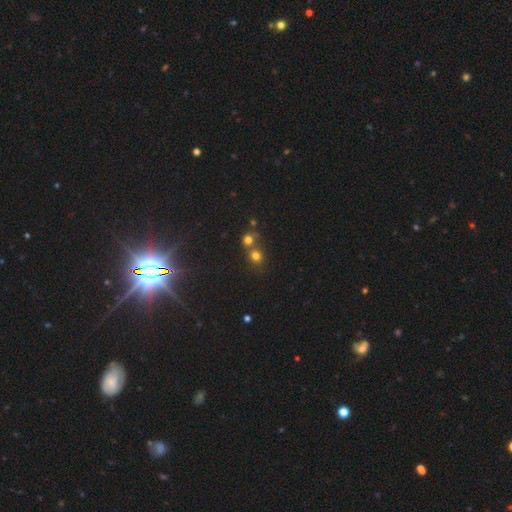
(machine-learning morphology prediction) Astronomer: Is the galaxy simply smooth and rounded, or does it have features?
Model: smooth — 71%.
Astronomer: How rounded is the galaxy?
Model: round — 86%.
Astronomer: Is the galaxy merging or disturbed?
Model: none — 51% (runner-up: merger, 41%).